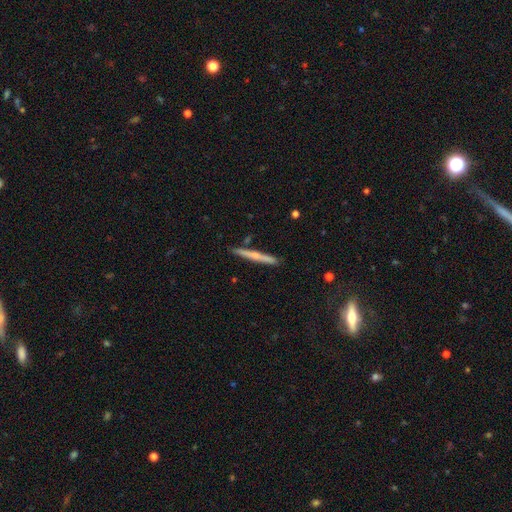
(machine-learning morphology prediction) The model was most divided on "smooth or featured": featured or disk: 51%, smooth: 43%, star or artifact: 6%. More confident: edge-on disk — yes (97%); merging — none (89%).